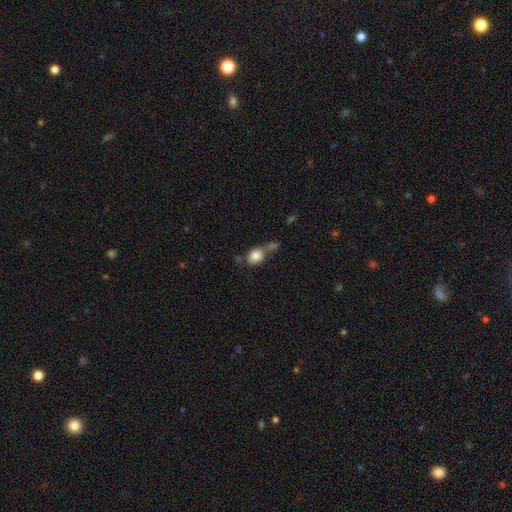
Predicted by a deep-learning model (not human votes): Smooth or featured: smooth — 82% (featured or disk — 9%)
How rounded: round — 61% (in between — 37%)
Merging: merger — 41% (none — 34%)